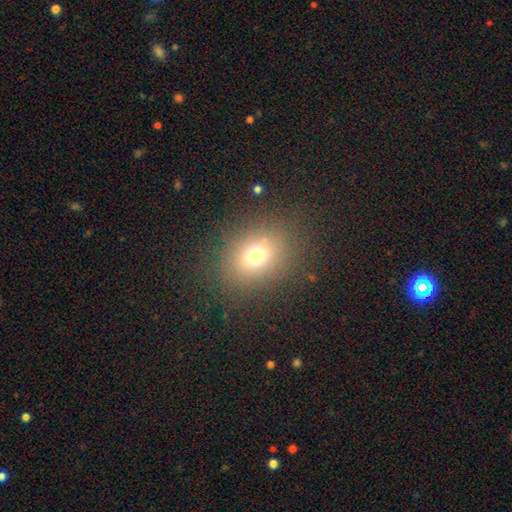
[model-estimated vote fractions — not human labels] smooth 70%, star or artifact 18%, featured or disk 12%. Down the decision tree: how rounded — round (50%); merging — none (83%).